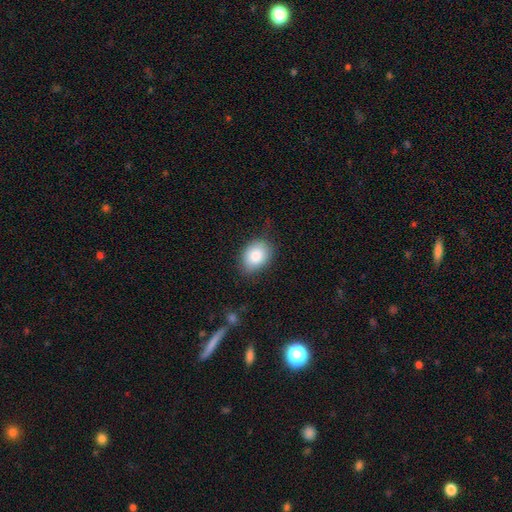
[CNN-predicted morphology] The model was most divided on "how rounded": in between: 72%, round: 27%, cigar-shaped: 1%. More confident: smooth or featured — smooth (85%); merging — none (77%).